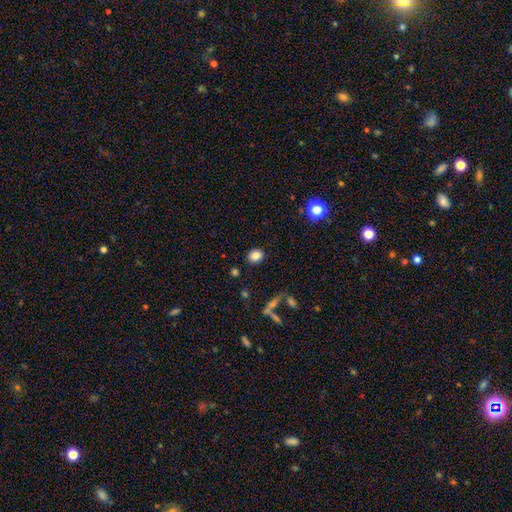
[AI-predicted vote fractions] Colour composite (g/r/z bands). It shows a smooth galaxy with no disk features (83%) that is round (57%). Merging: none (87%).